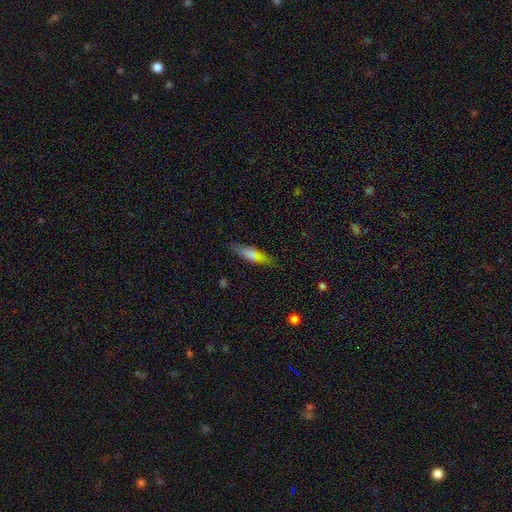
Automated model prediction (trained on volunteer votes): Smooth or featured? smooth (65%)
How rounded? cigar-shaped (62%)
Merging? none (83%)